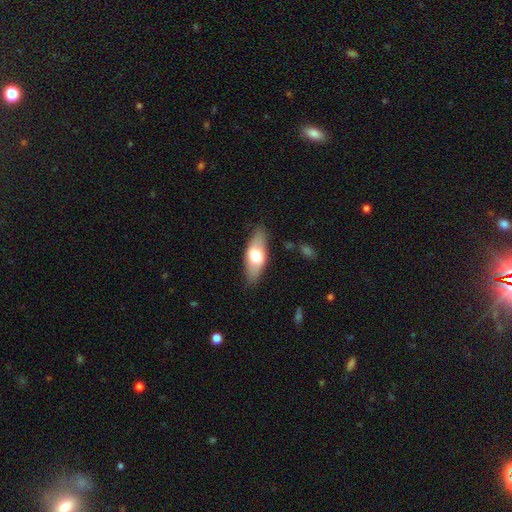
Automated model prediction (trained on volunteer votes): smooth-or-featured: smooth: 62% | featured or disk: 33% | star or artifact: 6%
  how-rounded: in between: 75% | cigar-shaped: 22% | round: 3%
  merging: none: 84% | minor disturbance: 12% | major disturbance: 3% | merger: 1%